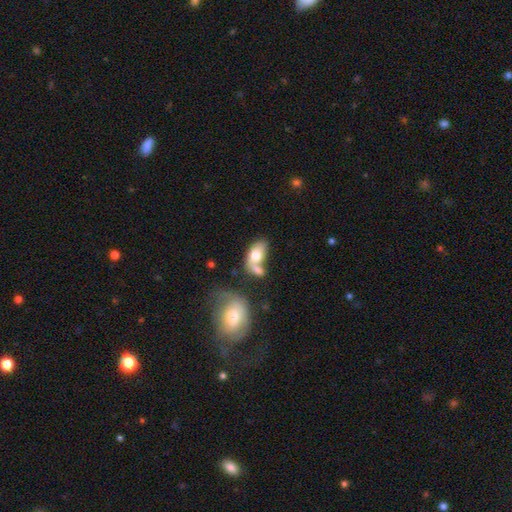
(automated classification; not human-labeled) smooth-or-featured: smooth: 72% | featured or disk: 21% | star or artifact: 7%
  how-rounded: in between: 88% | round: 9% | cigar-shaped: 3%
  merging: merger: 55% | none: 23% | minor disturbance: 13% | major disturbance: 10%